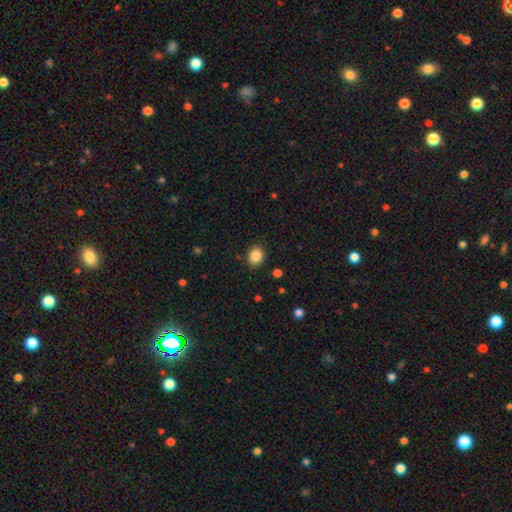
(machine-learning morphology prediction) Q: Smooth or featured?
A: smooth (86%); runner-up: star or artifact (10%)
Q: How rounded?
A: round (67%); runner-up: in between (33%)
Q: Merging?
A: none (88%); runner-up: minor disturbance (8%)